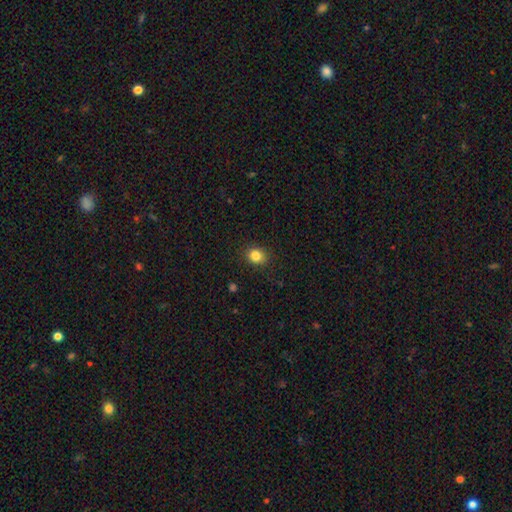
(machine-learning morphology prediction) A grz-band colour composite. It shows a smooth galaxy with no disk features (85%) that is round (61%). Merging: none (88%).